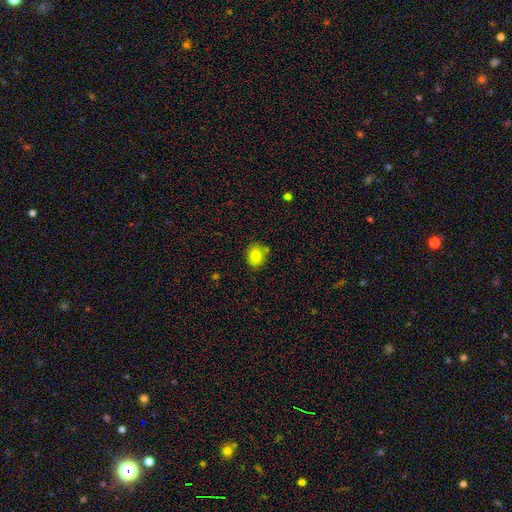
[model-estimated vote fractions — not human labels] The model was most divided on "how rounded": round: 53%, in between: 46%, cigar-shaped: 1%. More confident: smooth or featured — smooth (82%); merging — none (77%).